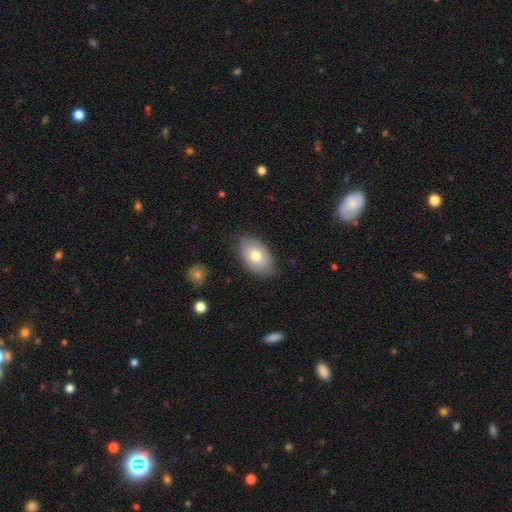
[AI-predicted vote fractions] A smooth galaxy with no disk features (74%) that is in between round and cigar-shaped (92%).

Vote fractions:
- Smooth or featured? smooth: 74% / featured or disk: 20% / star or artifact: 7%
- How rounded? in between: 92% / round: 7% / cigar-shaped: 1%
- Merging? none: 80% / minor disturbance: 16% / major disturbance: 3% / merger: 1%